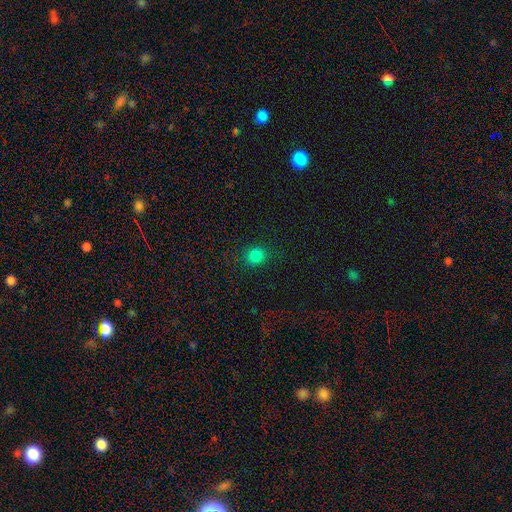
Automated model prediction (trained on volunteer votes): This is clearly a smooth galaxy (83%). How rounded: clearly round (81%). Merging: clearly none (87%).